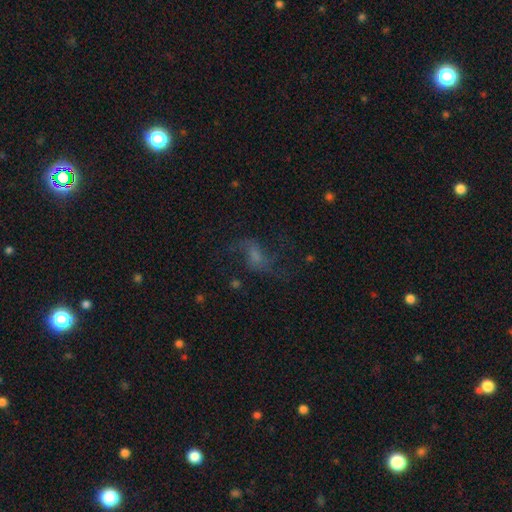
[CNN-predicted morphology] Smooth or featured?
  - featured or disk: 54% *
  - smooth: 28%
  - star or artifact: 18%
Edge-on disk?
  - no: 95% *
  - yes: 5%
Bar?
  - no: 52% *
  - weak: 38%
  - strong: 10%
Spiral arms?
  - yes: 77% *
  - no: 23%
Bulge size?
  - small: 33% *
  - none: 30%
  - moderate: 27%
  - large: 8%
  - dominant: 2%
Merging?
  - none: 51% *
  - major disturbance: 28%
  - minor disturbance: 18%
  - merger: 3%